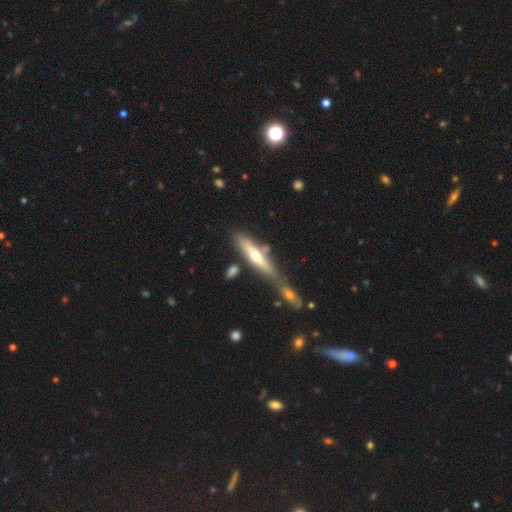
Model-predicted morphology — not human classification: This appears to be a featured or disk galaxy (52%) viewed edge-on (84%). Merging: none (50%).